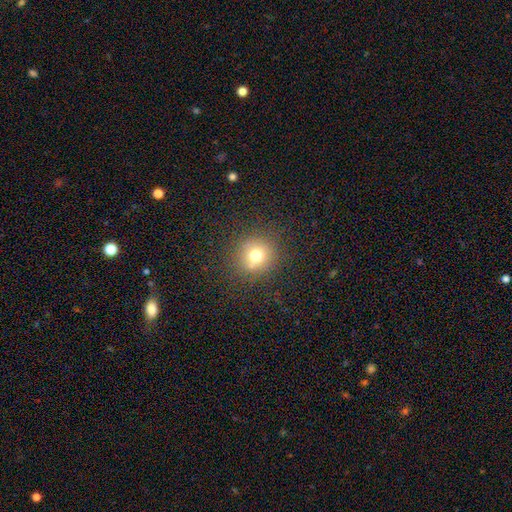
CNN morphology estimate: This is likely a smooth galaxy (70%). How rounded: clearly round (89%). Merging: clearly none (81%).